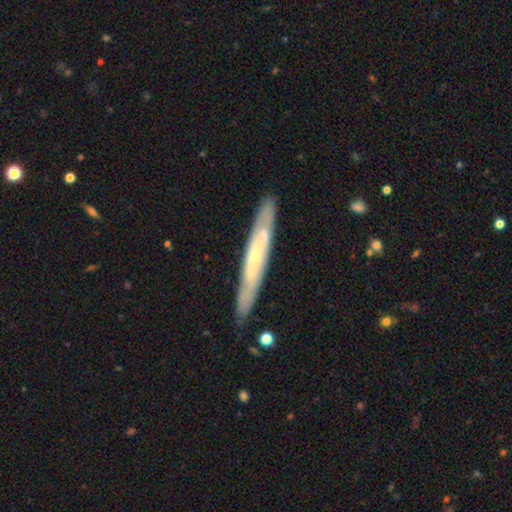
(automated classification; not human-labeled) Smooth or featured? featured or disk (62%)
Edge-on disk? yes (77%)
Merging? none (86%)